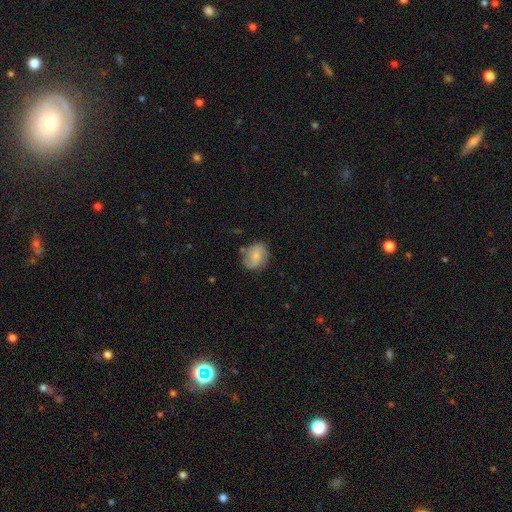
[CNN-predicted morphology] The model was most divided on "smooth or featured": smooth: 53%, featured or disk: 39%, star or artifact: 8%. More confident: merging — none (68%); how rounded — round (59%).